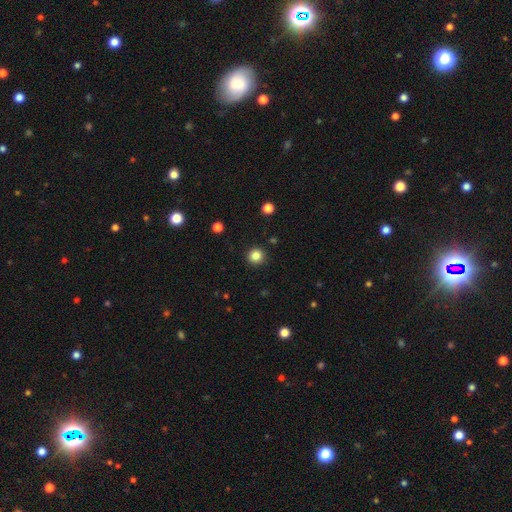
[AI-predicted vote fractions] Q: Smooth or featured?
A: smooth (84%); runner-up: star or artifact (12%)
Q: How rounded?
A: round (95%); runner-up: in between (4%)
Q: Merging?
A: none (92%); runner-up: minor disturbance (5%)